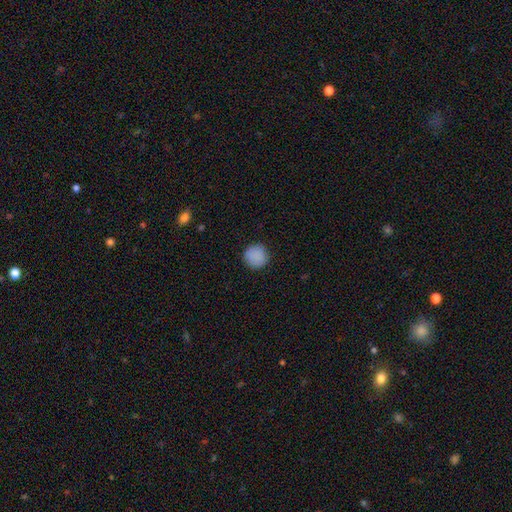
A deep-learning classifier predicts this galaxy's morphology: The model was most divided on "smooth or featured": smooth: 89%, star or artifact: 8%, featured or disk: 3%. More confident: how rounded — round (94%); merging — none (90%).